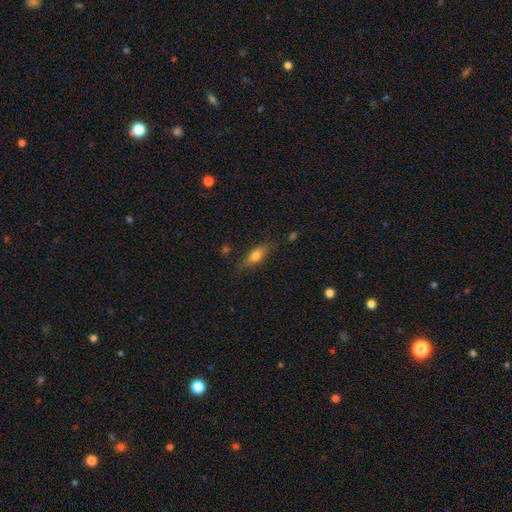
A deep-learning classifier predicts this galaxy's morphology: smooth_or_featured: smooth (p=0.65) [alt: featured or disk p=0.27]
how_rounded: in between (p=0.59) [alt: cigar-shaped p=0.37]
merging: none (p=0.77) [alt: minor disturbance p=0.17]